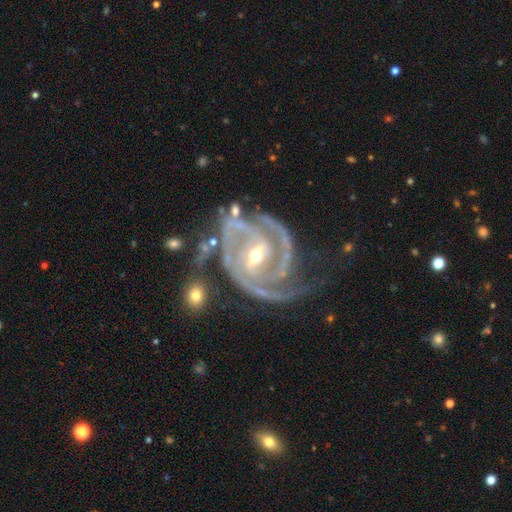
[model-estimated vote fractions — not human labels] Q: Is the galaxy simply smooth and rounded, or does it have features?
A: featured or disk — 94%.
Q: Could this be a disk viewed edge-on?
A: no — 98%.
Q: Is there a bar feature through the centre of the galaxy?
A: strong — 43%.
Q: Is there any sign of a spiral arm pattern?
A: yes — 98%.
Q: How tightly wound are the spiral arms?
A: tight — 56%.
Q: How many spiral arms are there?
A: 2 — 59%.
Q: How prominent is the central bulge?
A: small — 53%.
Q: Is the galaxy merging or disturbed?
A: none — 56%.